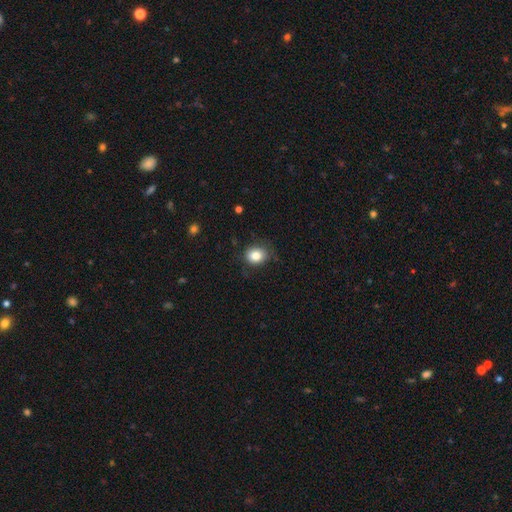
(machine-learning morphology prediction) Smooth or featured? smooth (83%)
How rounded? round (62%)
Merging? none (79%)